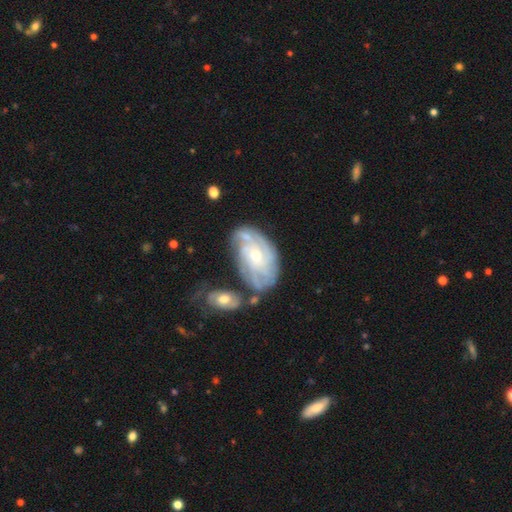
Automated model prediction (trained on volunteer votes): The model was most divided on "bulge size": small: 48%, moderate: 47%, large: 2%, none: 2%, dominant: 1%. Remaining: edge-on disk — no (95%); spiral arms — yes (92%); smooth or featured — featured or disk (80%); bar — no (70%); spiral winding — tight (65%); merging — none (57%); spiral arm count — can't tell (41%).